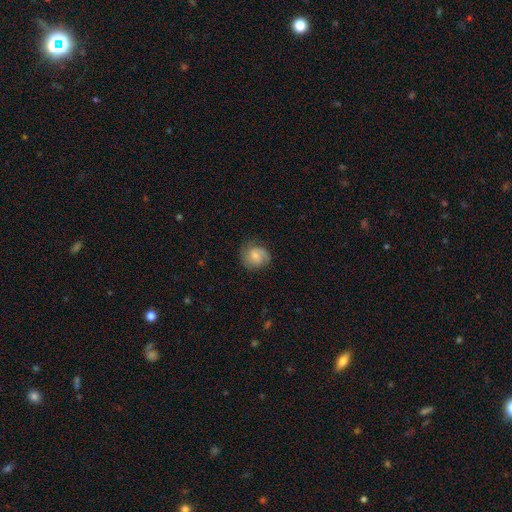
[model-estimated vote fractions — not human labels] smooth 56%, featured or disk 37%, star or artifact 8%. Down the decision tree: how rounded — round (76%); merging — none (68%).